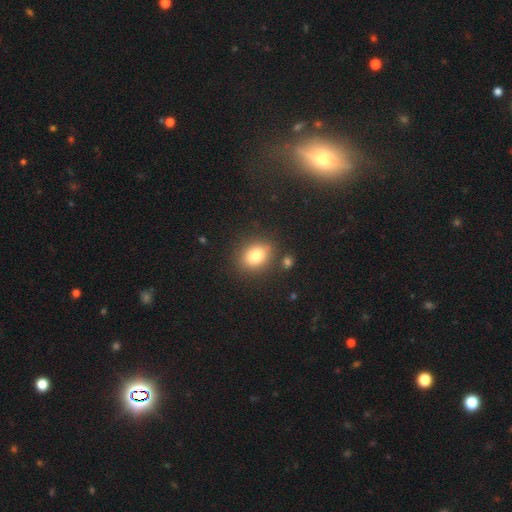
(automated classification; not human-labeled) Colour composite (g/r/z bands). It shows a smooth galaxy with no disk features (82%) that is in between round and cigar-shaped (54%). Merging: none (82%).